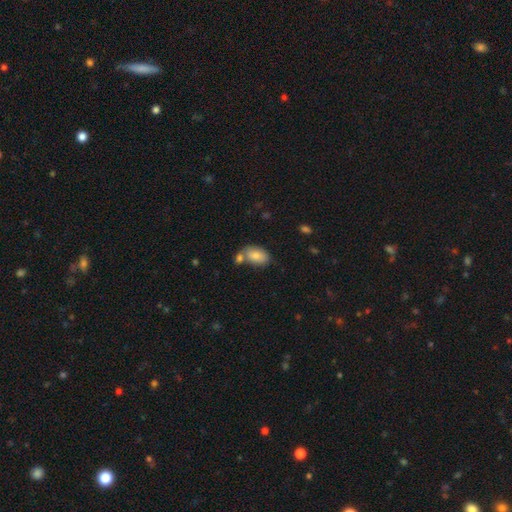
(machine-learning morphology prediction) This appears to be a smooth galaxy with no disk features (83%) that is in between round and cigar-shaped (91%). Merging: none (50%).